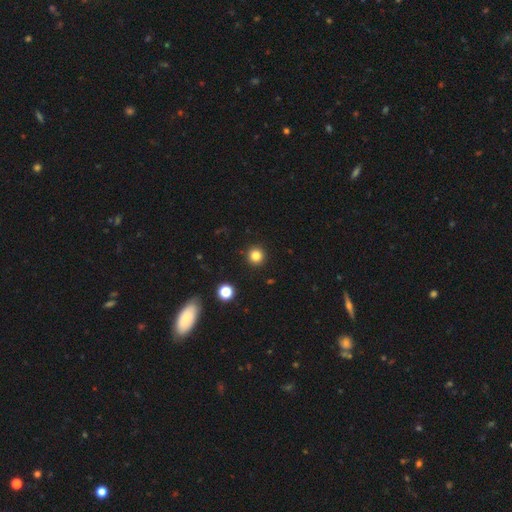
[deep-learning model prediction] This appears to be a smooth galaxy with no disk features (83%) that is round (95%). Merging: none (92%).